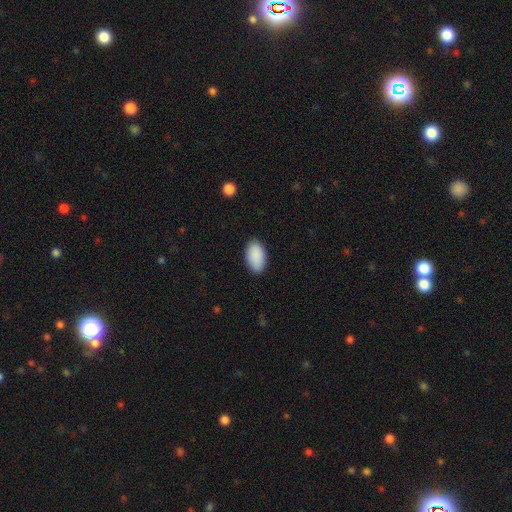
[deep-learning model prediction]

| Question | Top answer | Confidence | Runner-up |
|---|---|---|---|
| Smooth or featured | smooth | 91% | star or artifact (6%) |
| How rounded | in between | 96% | round (3%) |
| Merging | none | 88% | minor disturbance (9%) |